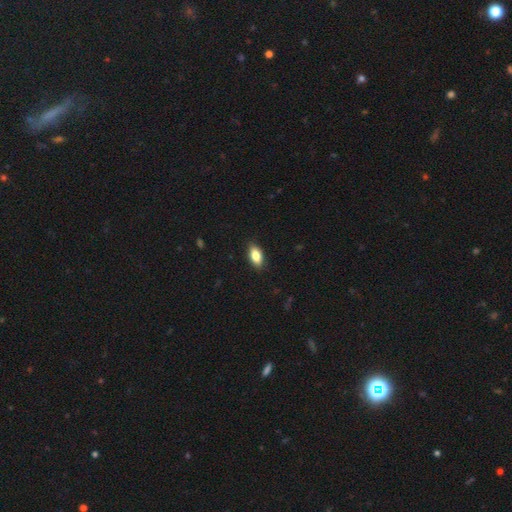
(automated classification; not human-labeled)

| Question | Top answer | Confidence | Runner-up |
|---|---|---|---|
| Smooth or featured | smooth | 83% | featured or disk (10%) |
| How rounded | in between | 88% | cigar-shaped (7%) |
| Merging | none | 88% | minor disturbance (9%) |